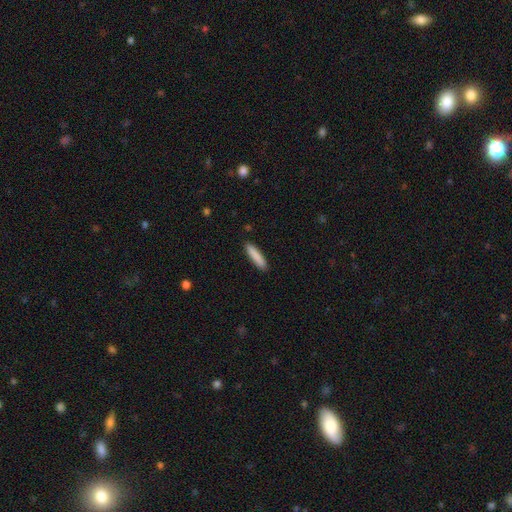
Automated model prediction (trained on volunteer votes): Morphology: type=smooth (86%); roundness=cigar-shaped (86%); merging=none (90%).